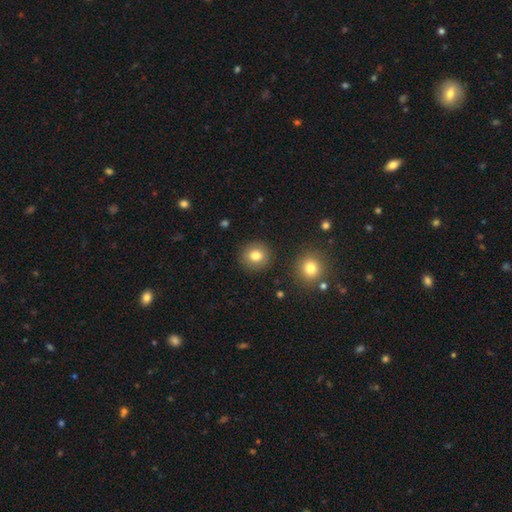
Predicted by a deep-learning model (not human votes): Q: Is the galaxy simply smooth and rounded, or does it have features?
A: smooth — 79%.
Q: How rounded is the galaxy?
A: round — 89%.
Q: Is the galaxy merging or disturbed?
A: none — 89%.